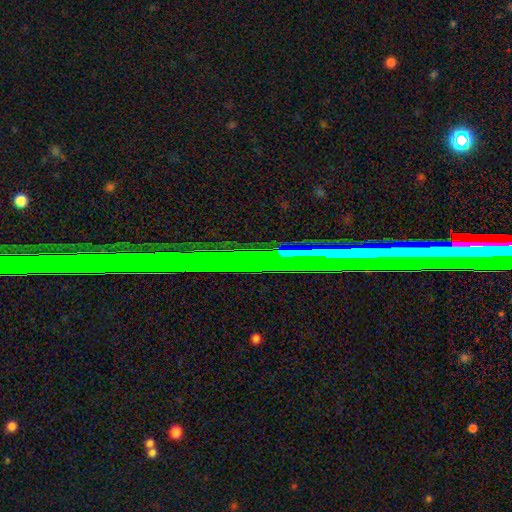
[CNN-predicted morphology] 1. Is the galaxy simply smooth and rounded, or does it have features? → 72% star or artifact, 18% featured or disk, 10% smooth.